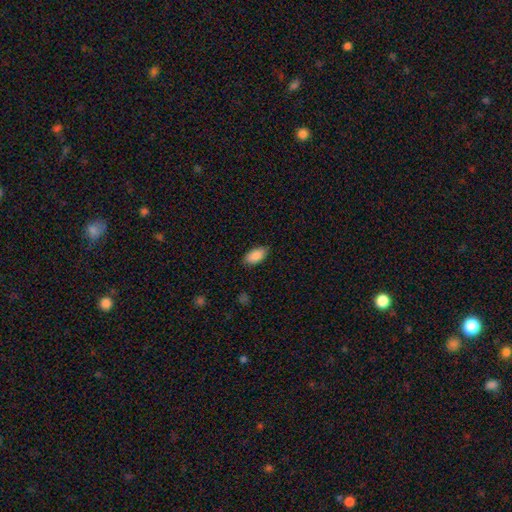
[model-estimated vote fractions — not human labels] Morphology: type=smooth (89%); roundness=in between (93%); merging=none (84%).